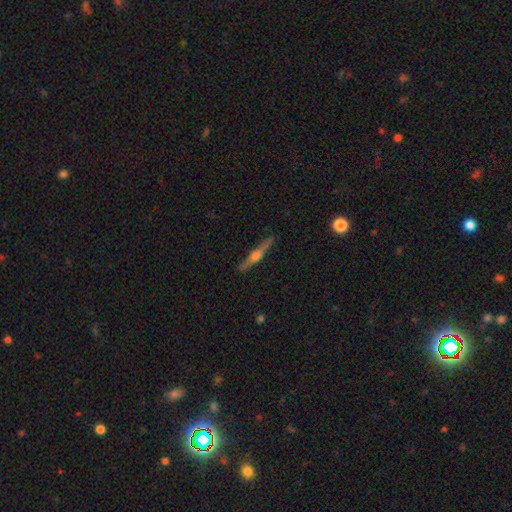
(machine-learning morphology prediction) A featured or disk galaxy (72%) viewed edge-on (98%) with a rounded central bulge (89%).

Vote fractions:
- Smooth or featured? featured or disk: 72% / smooth: 22% / star or artifact: 6%
- Edge-on disk? yes: 98% / no: 2%
- Edge-on bulge? rounded: 89% / boxy: 6% / none: 4%
- Merging? none: 89% / minor disturbance: 8% / major disturbance: 2% / merger: 1%